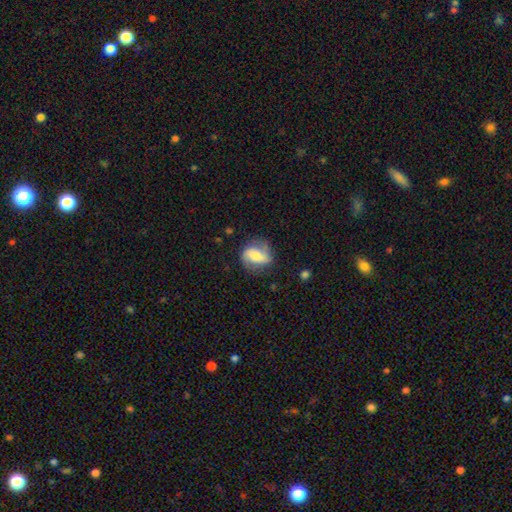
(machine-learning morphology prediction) type=featured or disk (60%); edge-on=no (96%); bar=no (38%); spiral arms=yes (86%); winding=loose (47%); arm count=2 (87%); bulge=moderate (55%); merging=none (74%).